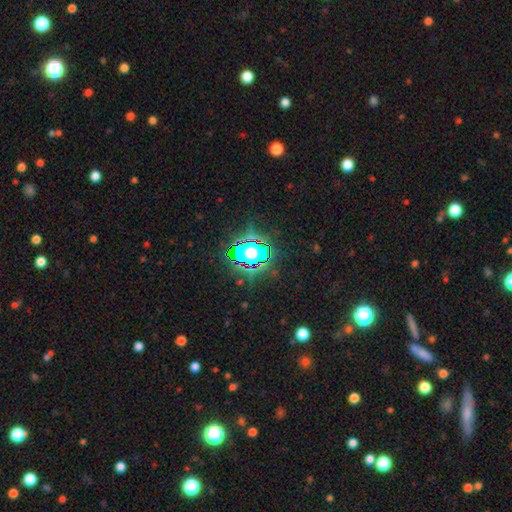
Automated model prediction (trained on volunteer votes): This is likely a star or artifact rather than a galaxy (61%).